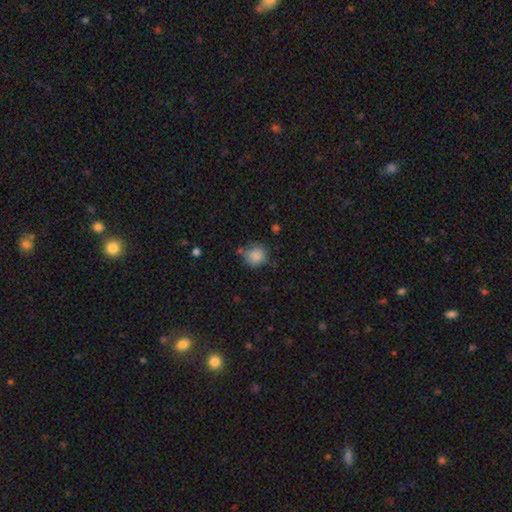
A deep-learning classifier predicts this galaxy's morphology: type=smooth (86%); roundness=round (85%); merging=none (68%).